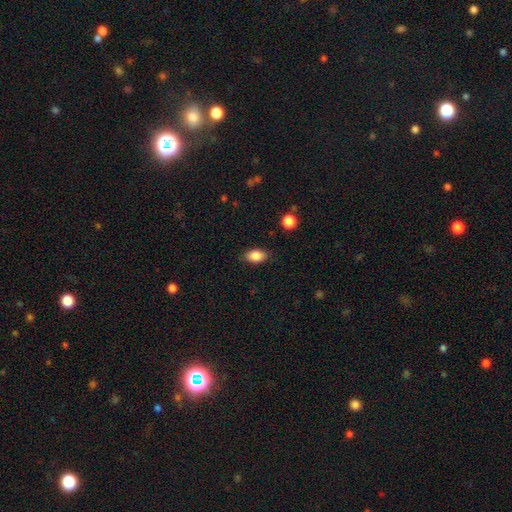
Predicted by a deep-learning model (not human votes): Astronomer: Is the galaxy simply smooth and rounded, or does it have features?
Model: smooth — 85%.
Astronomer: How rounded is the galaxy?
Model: in between — 88%.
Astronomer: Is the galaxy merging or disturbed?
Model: none — 84%.